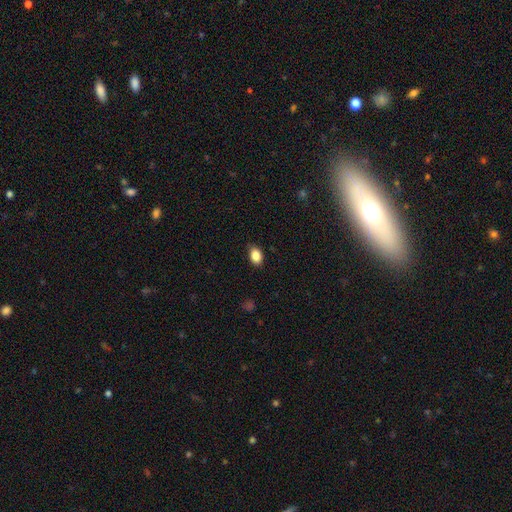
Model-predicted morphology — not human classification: A smooth galaxy with no disk features (88%) that is in between round and cigar-shaped (80%).

Vote fractions:
- Smooth or featured? smooth: 88% / star or artifact: 8% / featured or disk: 4%
- How rounded? in between: 80% / round: 18% / cigar-shaped: 1%
- Merging? none: 83% / minor disturbance: 14% / major disturbance: 3% / merger: 1%